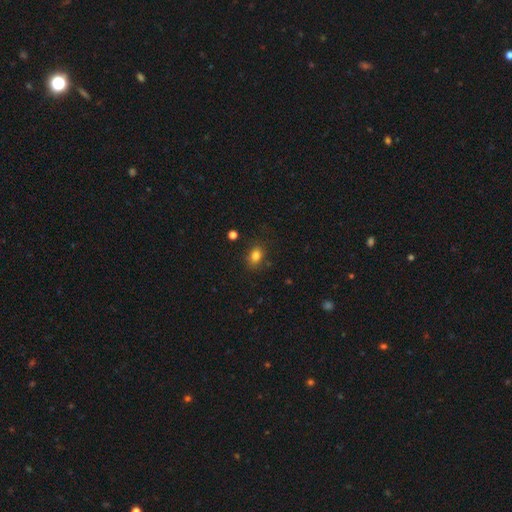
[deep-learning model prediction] Smooth or featured?
  - smooth: 82% *
  - star or artifact: 12%
  - featured or disk: 6%
How rounded?
  - in between: 66% *
  - round: 32%
  - cigar-shaped: 1%
Merging?
  - none: 82% *
  - minor disturbance: 13%
  - major disturbance: 3%
  - merger: 2%